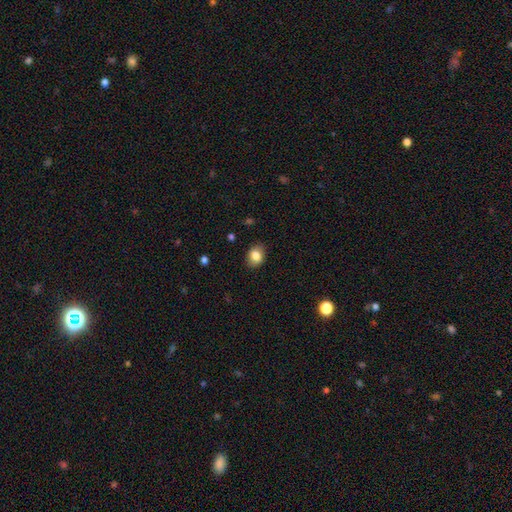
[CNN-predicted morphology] smooth_or_featured: smooth (p=0.83) [alt: star or artifact p=0.09]
how_rounded: in between (p=0.60) [alt: round p=0.39]
merging: none (p=0.86) [alt: minor disturbance p=0.11]